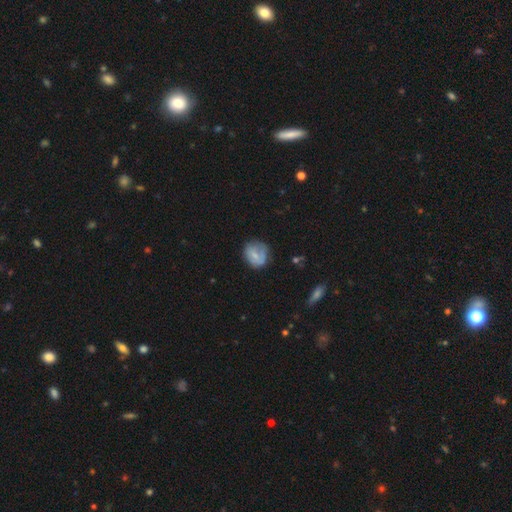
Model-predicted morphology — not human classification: A smooth galaxy with no disk features (63%) that is round (73%). Merging: none (60%).